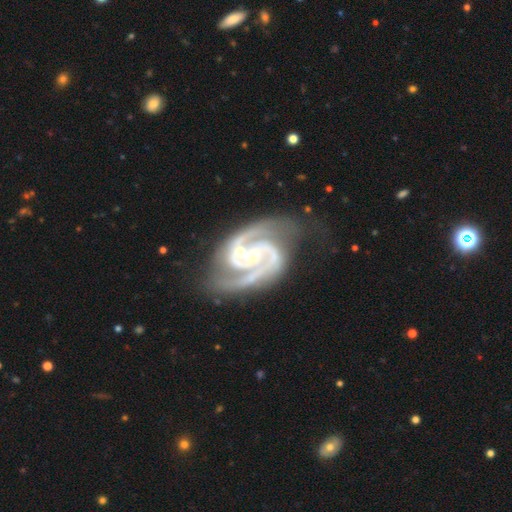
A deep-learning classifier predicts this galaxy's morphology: Smooth or featured?
  - featured or disk: 93% *
  - star or artifact: 5%
  - smooth: 2%
Edge-on disk?
  - no: 98% *
  - yes: 2%
Bar?
  - no: 48% *
  - weak: 33%
  - strong: 19%
Spiral arms?
  - yes: 99% *
  - no: 1%
Spiral winding?
  - medium: 50% *
  - tight: 44%
  - loose: 6%
Spiral arm count?
  - 2: 81% *
  - 3: 12%
  - can't tell: 2%
  - 4: 2%
  - 1: 2%
  - more than 4: 2%
Bulge size?
  - small: 65% *
  - moderate: 30%
  - none: 3%
  - large: 2%
  - dominant: 1%
Merging?
  - none: 61% *
  - minor disturbance: 21%
  - major disturbance: 11%
  - merger: 7%